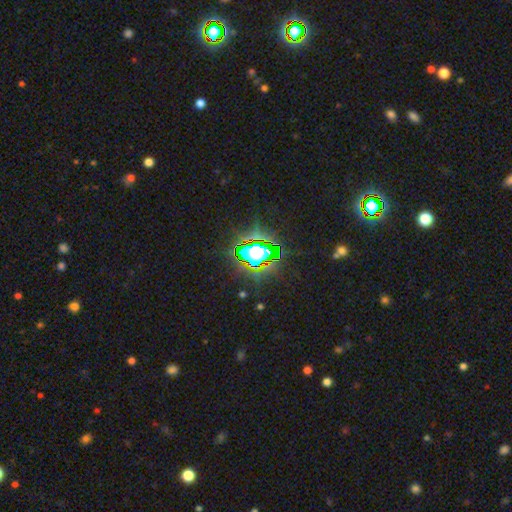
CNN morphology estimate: Smooth or featured? Predicted: star or artifact (p=0.71).